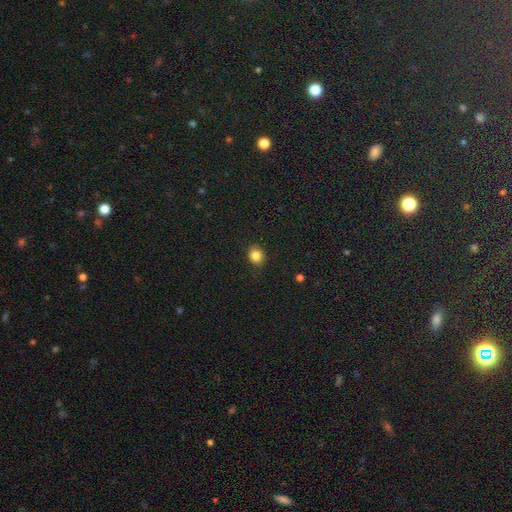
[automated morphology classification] smooth_or_featured: smooth (p=0.85) [alt: star or artifact p=0.11]
how_rounded: round (p=0.73) [alt: in between p=0.26]
merging: none (p=0.88) [alt: minor disturbance p=0.09]